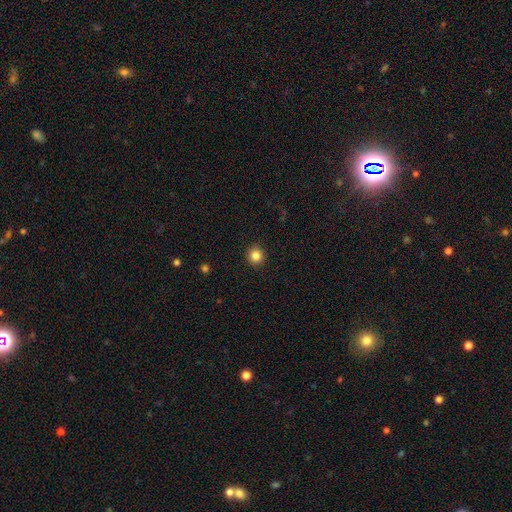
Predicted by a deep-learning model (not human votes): A smooth galaxy with no disk features (84%) that is round (94%). Merging: none (93%).